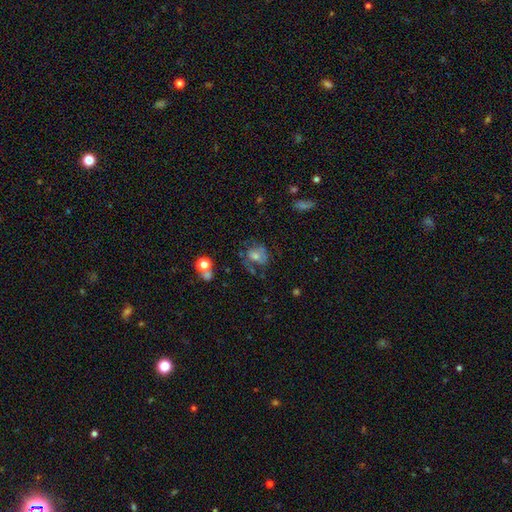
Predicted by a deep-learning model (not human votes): This appears to be a featured or disk galaxy (47%). Merging: none (55%).